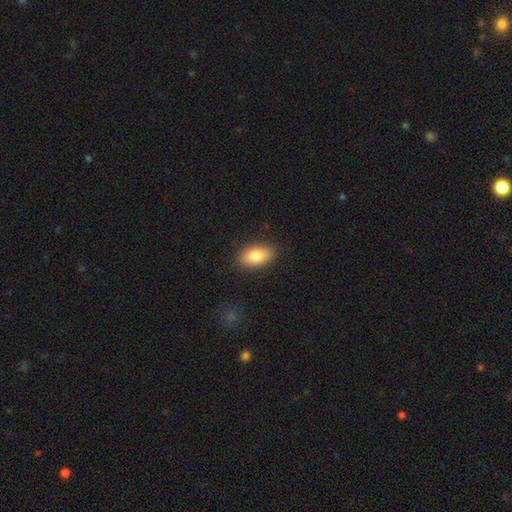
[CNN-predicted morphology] smooth 84%, featured or disk 9%, star or artifact 7%. Down the decision tree: how rounded — in between (91%); merging — none (87%).